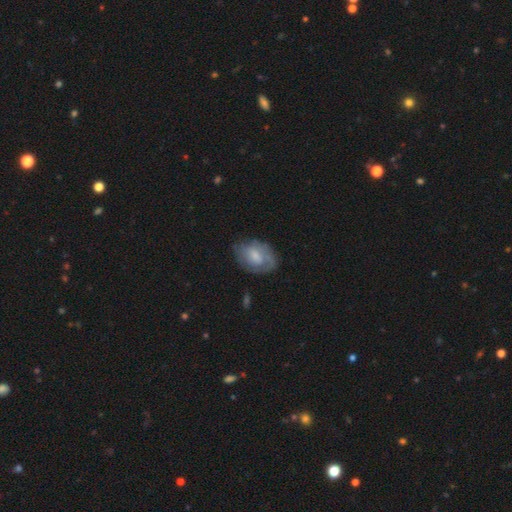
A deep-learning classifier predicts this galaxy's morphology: Q: Smooth or featured?
A: smooth (50%); runner-up: featured or disk (43%)
Q: How rounded?
A: in between (82%); runner-up: round (16%)
Q: Merging?
A: none (63%); runner-up: minor disturbance (25%)